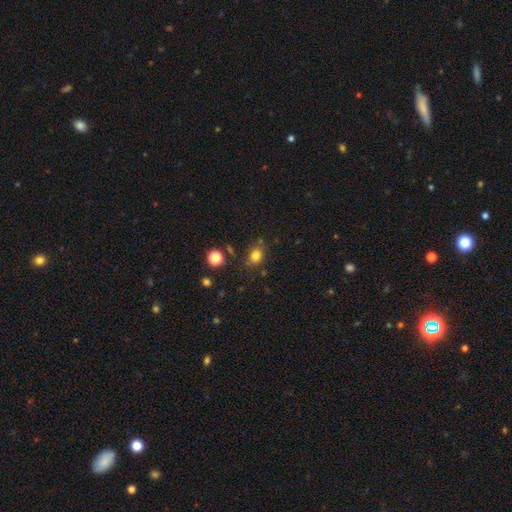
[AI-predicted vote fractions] Smooth or featured? Predicted: smooth (p=0.79). How rounded? Predicted: round (p=0.57). Merging? Predicted: none (p=0.74).